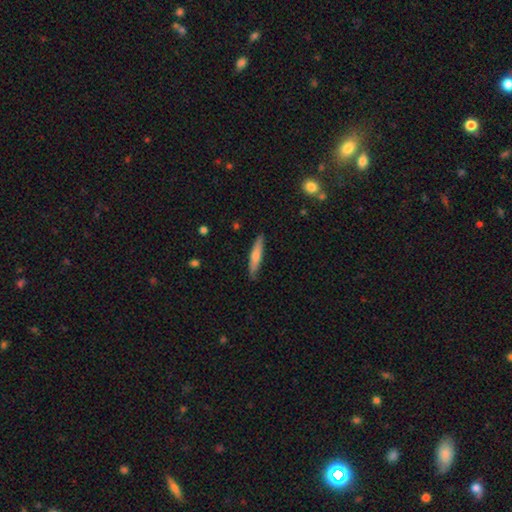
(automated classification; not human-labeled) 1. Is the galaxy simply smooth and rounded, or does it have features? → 56% smooth, 39% featured or disk, 6% star or artifact.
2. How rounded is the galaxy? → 90% cigar-shaped, 9% in between, 2% round.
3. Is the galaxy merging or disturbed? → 87% none, 10% minor disturbance, 2% major disturbance, 1% merger.